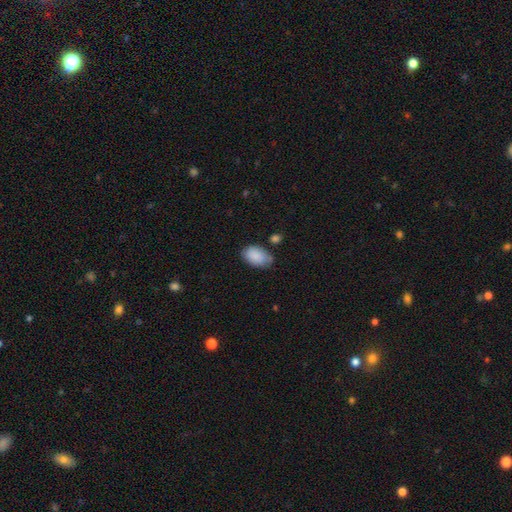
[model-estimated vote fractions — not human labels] Overall: smooth (87%). How rounded: in between (92%). Merging: none (64%; minor disturbance 25%).